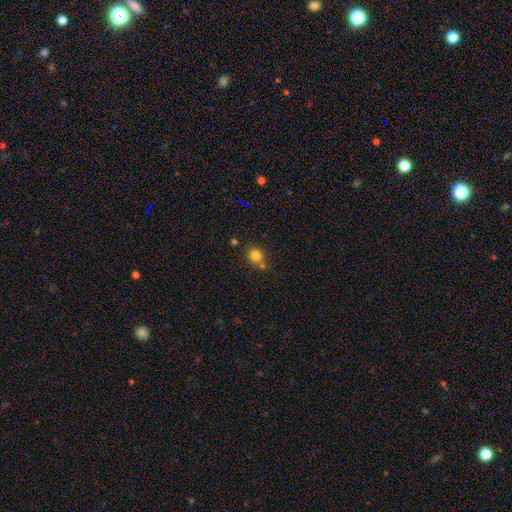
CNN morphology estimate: Q: Smooth or featured?
A: smooth (80%); runner-up: star or artifact (13%)
Q: How rounded?
A: round (76%); runner-up: in between (23%)
Q: Merging?
A: none (61%); runner-up: merger (22%)